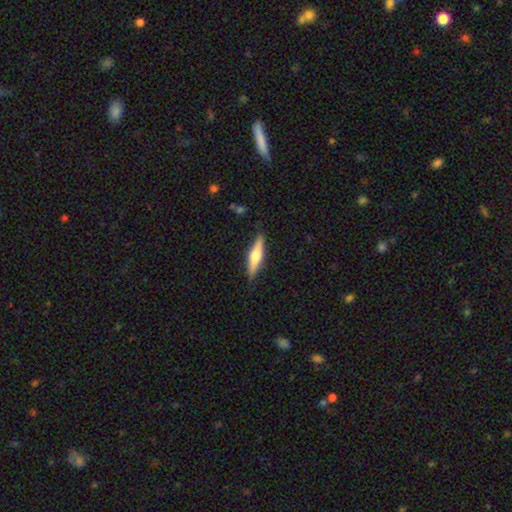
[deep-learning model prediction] Morphology: type=featured or disk (58%); edge-on=yes (96%); edge-on bulge=rounded (91%); merging=none (88%).